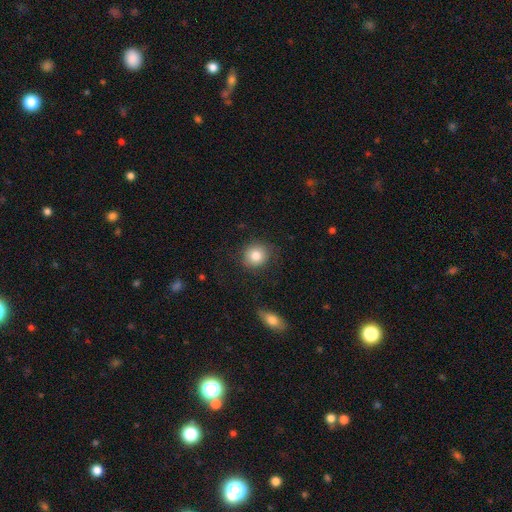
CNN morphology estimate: Smooth or featured? Predicted: smooth (p=0.83). How rounded? Predicted: round (p=0.86). Merging? Predicted: none (p=0.85).